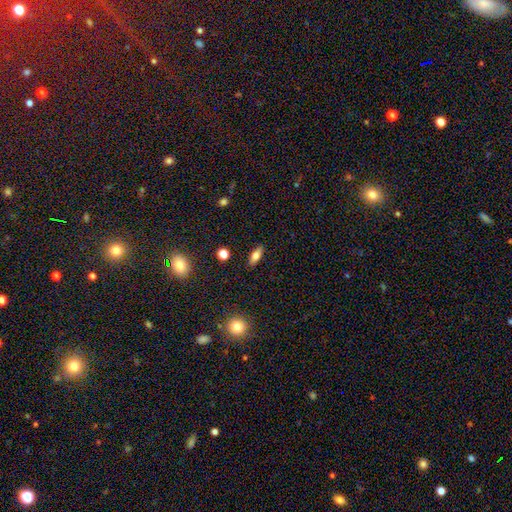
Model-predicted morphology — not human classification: Smooth or featured: smooth — 72% (featured or disk — 19%)
How rounded: in between — 72% (cigar-shaped — 23%)
Merging: none — 88% (minor disturbance — 8%)